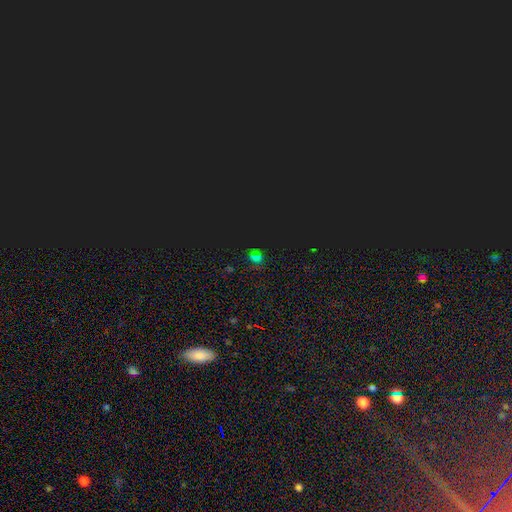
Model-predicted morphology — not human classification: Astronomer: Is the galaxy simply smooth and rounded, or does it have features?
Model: star or artifact — 60%.